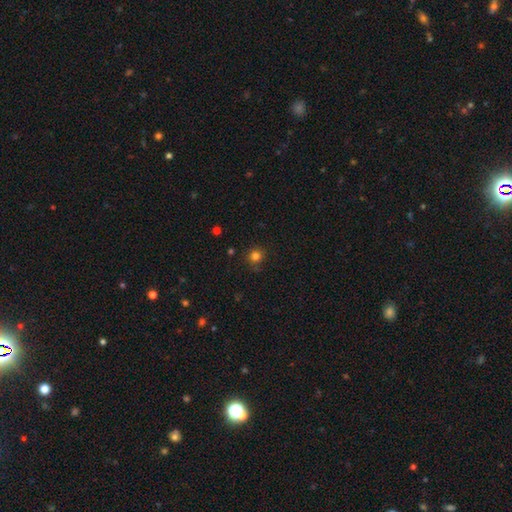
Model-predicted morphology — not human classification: smooth 80%, star or artifact 15%, featured or disk 5%. Down the decision tree: how rounded — round (93%); merging — none (86%).